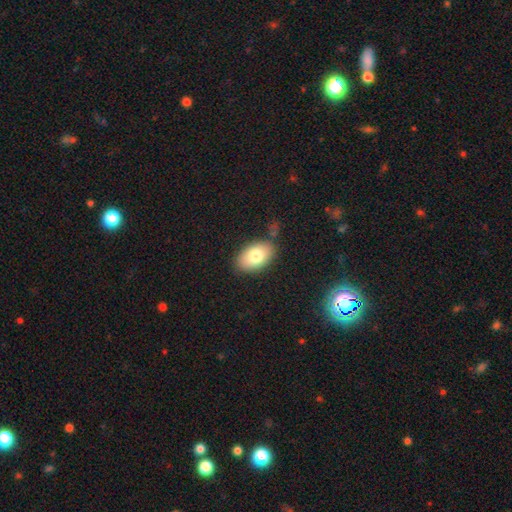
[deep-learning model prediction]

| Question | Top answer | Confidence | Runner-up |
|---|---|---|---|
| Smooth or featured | smooth | 78% | featured or disk (14%) |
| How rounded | in between | 91% | round (8%) |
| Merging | none | 79% | minor disturbance (13%) |